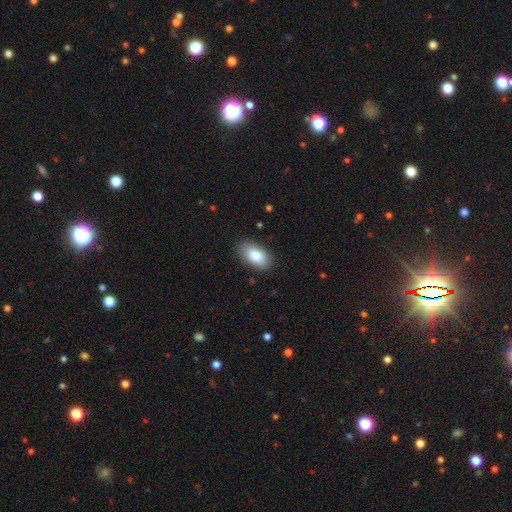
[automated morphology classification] smooth-or-featured: smooth: 86% | featured or disk: 8% | star or artifact: 7%
  how-rounded: in between: 94% | round: 4% | cigar-shaped: 2%
  merging: none: 84% | minor disturbance: 12% | major disturbance: 3% | merger: 1%